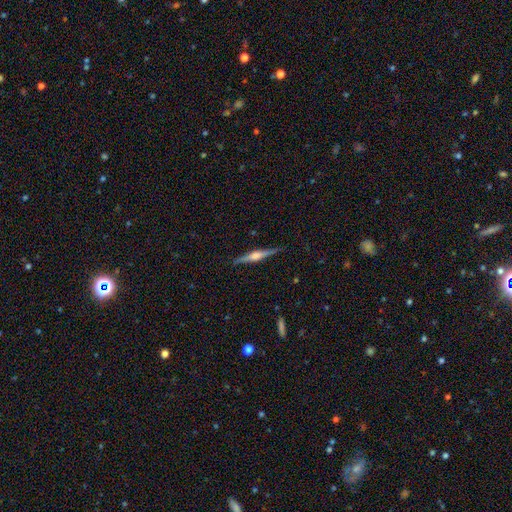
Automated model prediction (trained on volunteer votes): Q: Smooth or featured?
A: featured or disk (76%); runner-up: smooth (19%)
Q: Edge-on disk?
A: yes (98%); runner-up: no (2%)
Q: Edge-on bulge?
A: rounded (82%); runner-up: boxy (13%)
Q: Merging?
A: none (89%); runner-up: minor disturbance (9%)